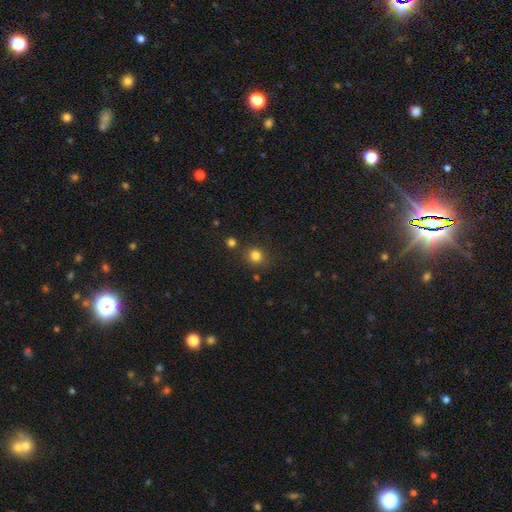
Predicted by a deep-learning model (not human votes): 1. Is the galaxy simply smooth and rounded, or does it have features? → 81% smooth, 13% star or artifact, 5% featured or disk.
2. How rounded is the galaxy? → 85% round, 14% in between, 1% cigar-shaped.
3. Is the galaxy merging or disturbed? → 80% none, 10% minor disturbance, 6% merger, 4% major disturbance.